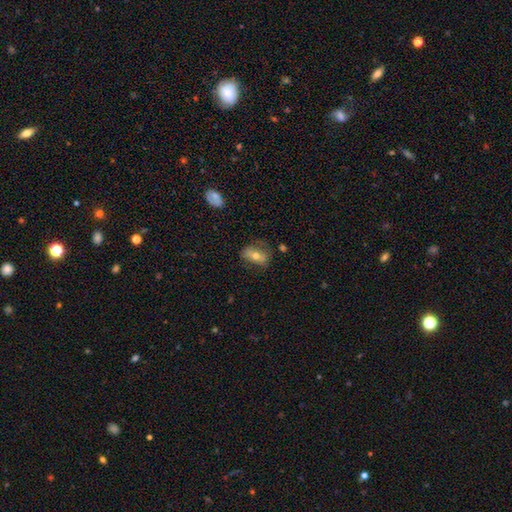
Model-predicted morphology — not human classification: smooth_or_featured: smooth (p=0.54) [alt: featured or disk p=0.37]
how_rounded: in between (p=0.76) [alt: round p=0.19]
merging: none (p=0.62) [alt: minor disturbance p=0.24]